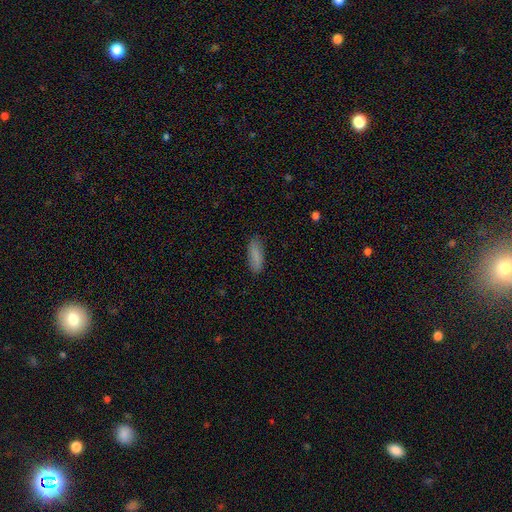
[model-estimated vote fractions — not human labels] This appears to be a smooth galaxy with no disk features (85%) that is in between round and cigar-shaped (59%). Merging: none (83%).